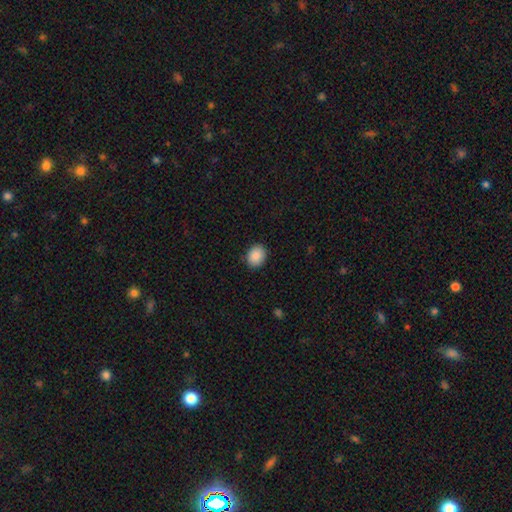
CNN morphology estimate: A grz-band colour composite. It shows a smooth galaxy with no disk features (90%) that is in between round and cigar-shaped (51%). Merging: none (88%).